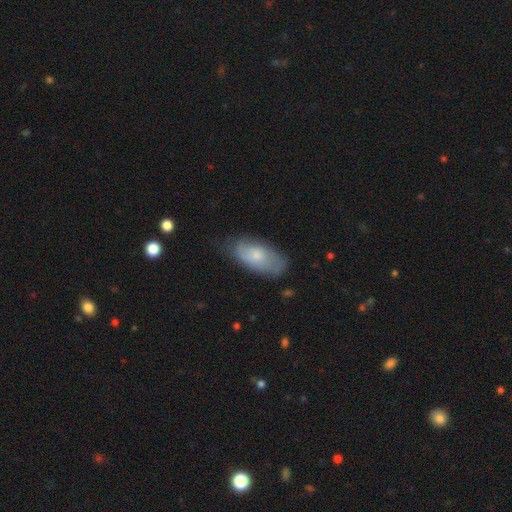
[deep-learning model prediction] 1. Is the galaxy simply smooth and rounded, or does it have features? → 57% smooth, 37% featured or disk, 7% star or artifact.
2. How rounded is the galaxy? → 91% in between, 6% cigar-shaped, 3% round.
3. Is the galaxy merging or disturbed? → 65% none, 26% minor disturbance, 7% major disturbance, 2% merger.